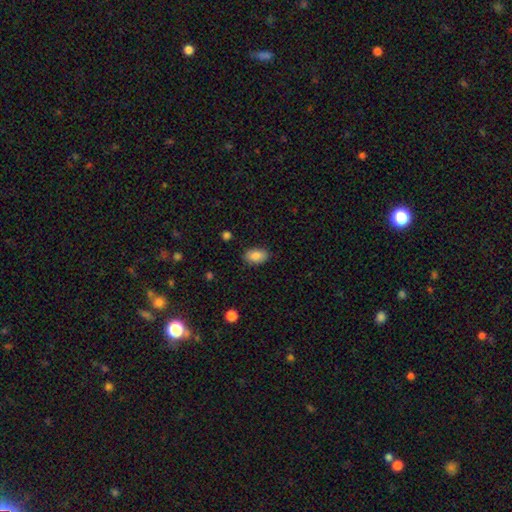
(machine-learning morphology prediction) A smooth galaxy with no disk features (86%) that is in between round and cigar-shaped (92%). Merging: none (84%).